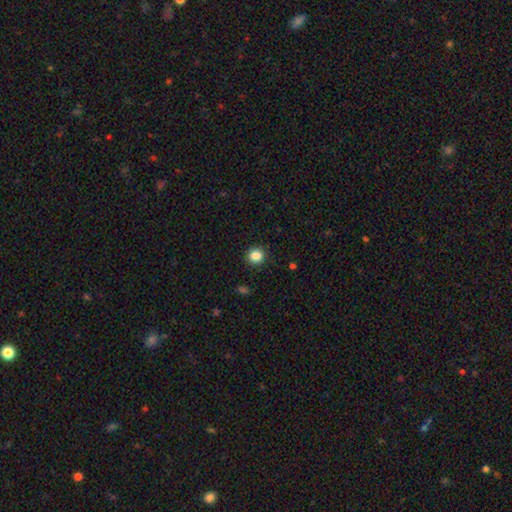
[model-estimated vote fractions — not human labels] This appears to be a smooth galaxy with no disk features (86%) that is round (88%). Merging: none (91%).